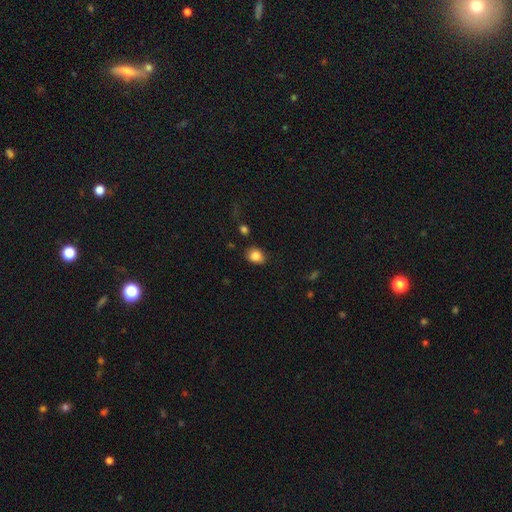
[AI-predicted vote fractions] This appears to be a smooth galaxy with no disk features (84%) that is in between round and cigar-shaped (56%). Merging: none (81%).